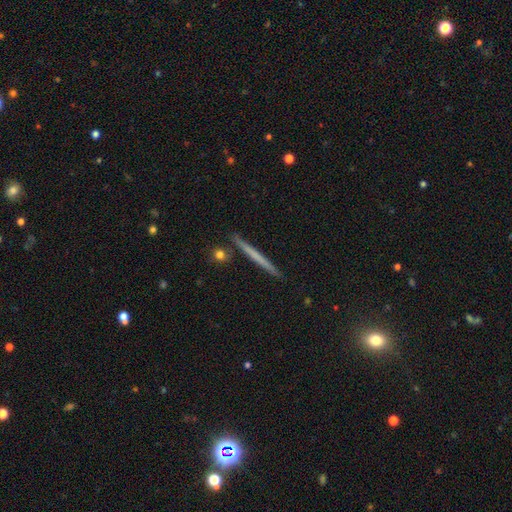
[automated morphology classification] Overall: smooth (48%; featured or disk 46%). Merging: none (91%).